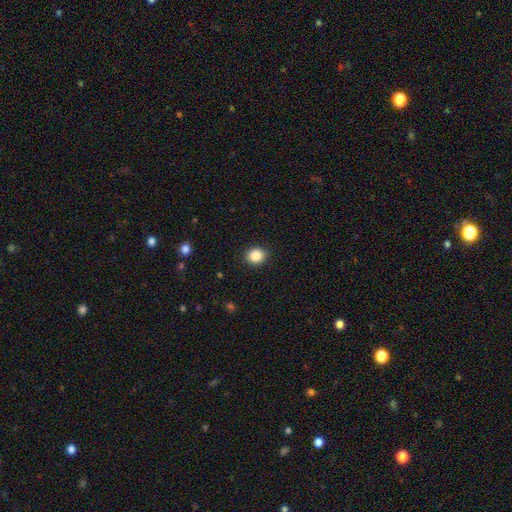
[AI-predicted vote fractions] A smooth galaxy with no disk features (86%) that is round (73%).

Vote fractions:
- Smooth or featured? smooth: 86% / star or artifact: 10% / featured or disk: 4%
- How rounded? round: 73% / in between: 26% / cigar-shaped: 1%
- Merging? none: 91% / minor disturbance: 6% / major disturbance: 2% / merger: 1%